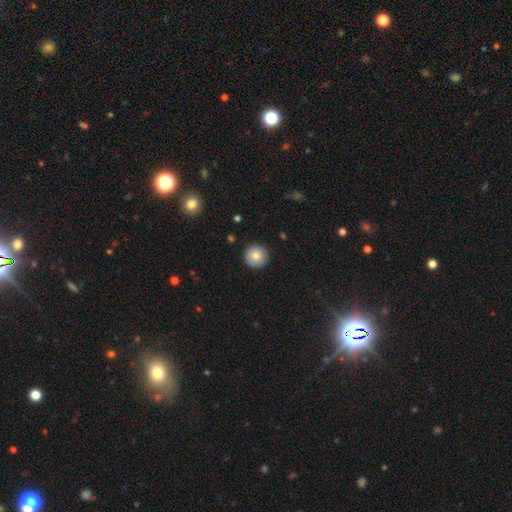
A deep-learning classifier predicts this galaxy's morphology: The model was most divided on "smooth or featured": smooth: 82%, featured or disk: 10%, star or artifact: 8%. More confident: how rounded — round (96%); merging — none (92%).